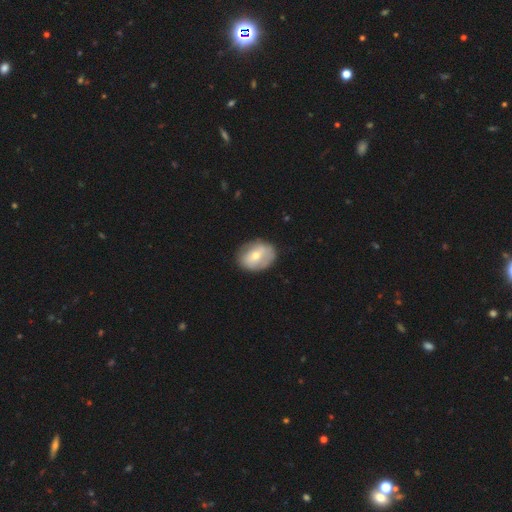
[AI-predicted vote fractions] Morphology: type=smooth (50%); merging=none (78%).